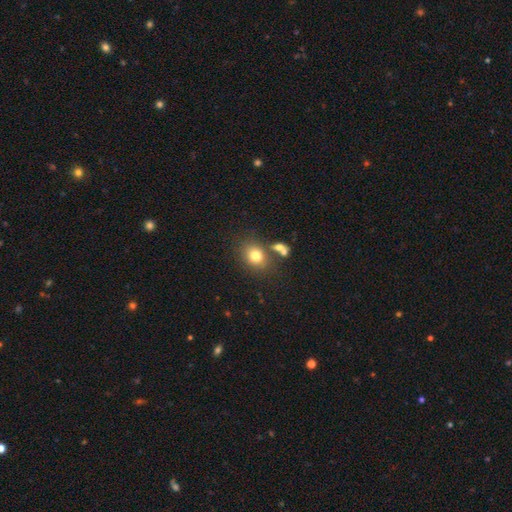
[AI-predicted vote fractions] Smooth or featured: smooth — 77% (star or artifact — 13%)
How rounded: round — 59% (in between — 40%)
Merging: none — 67% (merger — 16%)